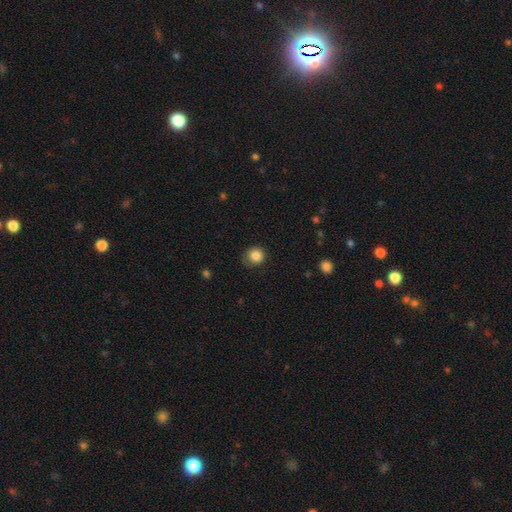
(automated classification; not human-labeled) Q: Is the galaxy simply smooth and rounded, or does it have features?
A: smooth — 85%.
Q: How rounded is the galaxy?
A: round — 88%.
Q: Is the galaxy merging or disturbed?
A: none — 72%.